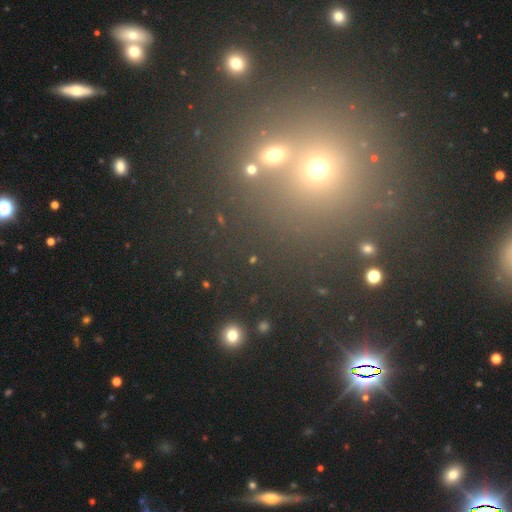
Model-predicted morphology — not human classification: star or artifact 55%, smooth 36%, featured or disk 9%.